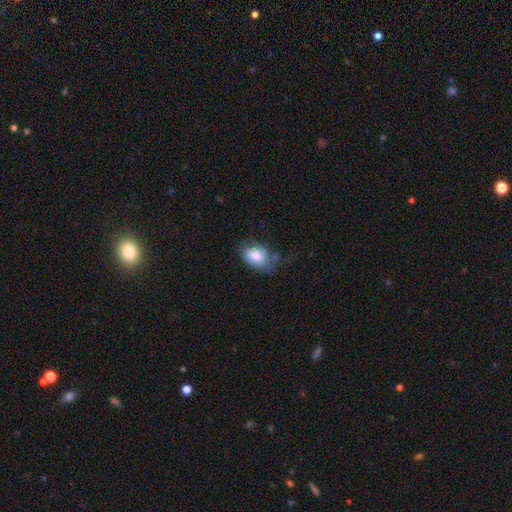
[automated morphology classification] This is likely a smooth galaxy (80%). How rounded: clearly in between (85%). Merging: possibly none (52%).